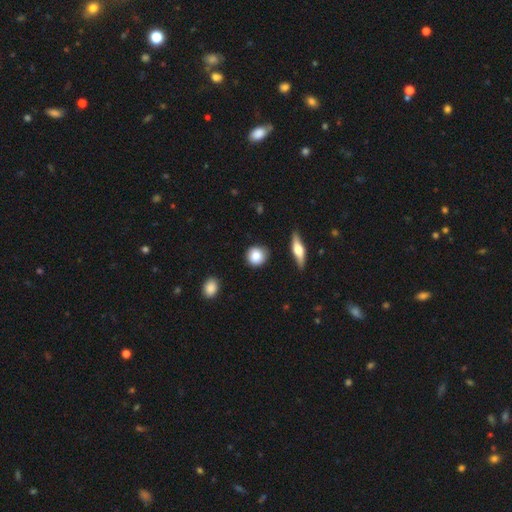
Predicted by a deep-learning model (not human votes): Smooth or featured? smooth (83%)
How rounded? round (88%)
Merging? none (87%)